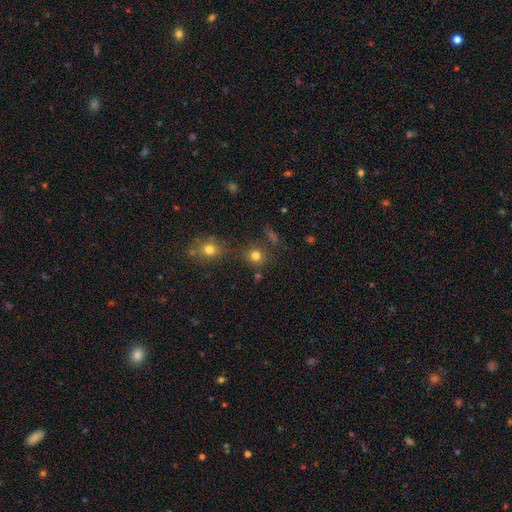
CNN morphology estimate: This is likely a smooth galaxy (76%). How rounded: clearly round (89%). Merging: likely none (76%).